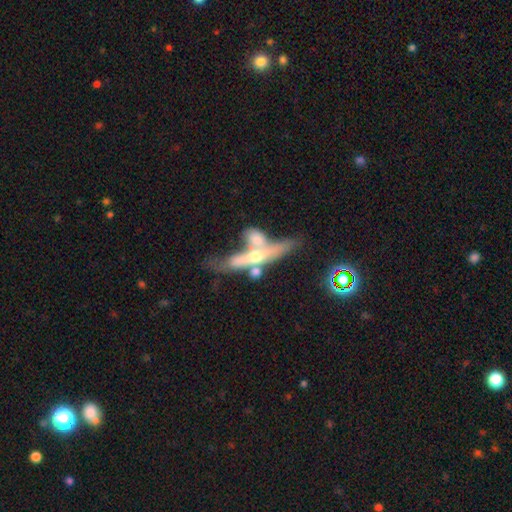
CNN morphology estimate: type=featured or disk (63%); edge-on=yes (70%); merging=merger (57%).